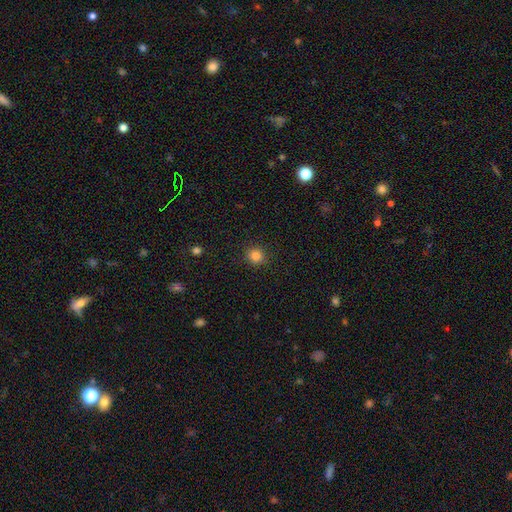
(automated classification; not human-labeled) Smooth or featured: smooth — 83% (star or artifact — 12%)
How rounded: round — 92% (in between — 7%)
Merging: none — 91% (minor disturbance — 6%)